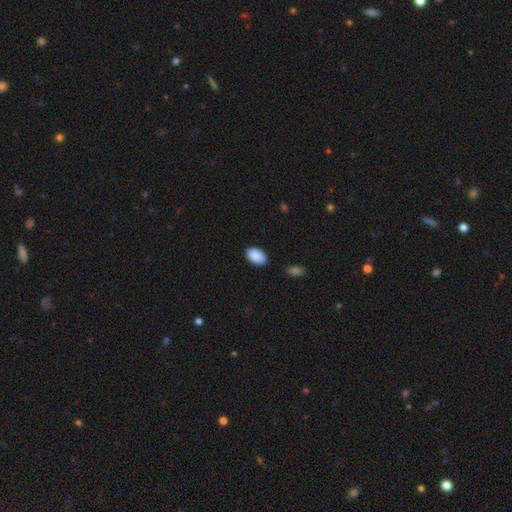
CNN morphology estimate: Q: Smooth or featured?
A: smooth (90%); runner-up: star or artifact (6%)
Q: How rounded?
A: in between (93%); runner-up: round (6%)
Q: Merging?
A: none (86%); runner-up: minor disturbance (10%)